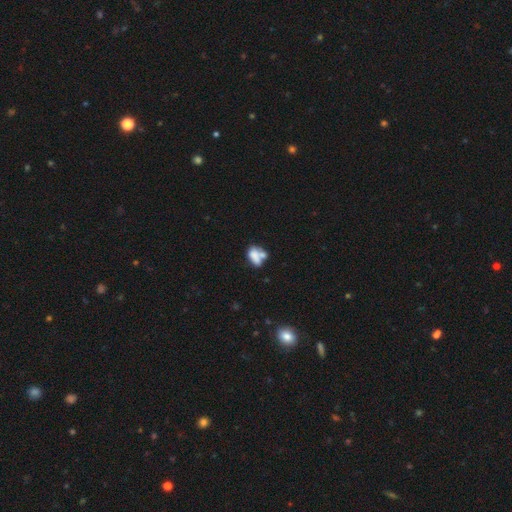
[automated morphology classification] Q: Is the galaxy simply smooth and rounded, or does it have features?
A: smooth — 67%.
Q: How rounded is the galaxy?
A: in between — 82%.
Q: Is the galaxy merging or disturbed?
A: merger — 45%.